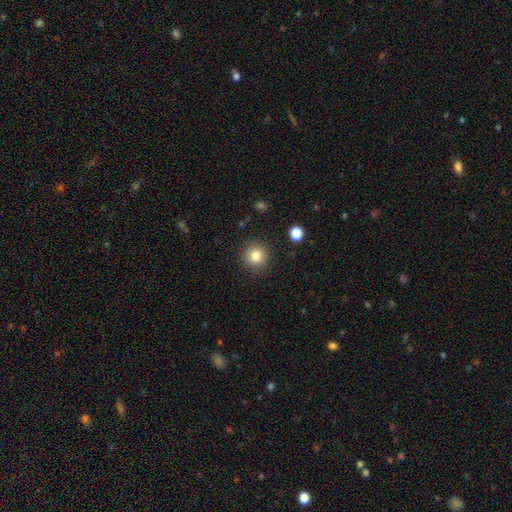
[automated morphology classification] Smooth or featured? smooth (82%)
How rounded? round (94%)
Merging? none (90%)